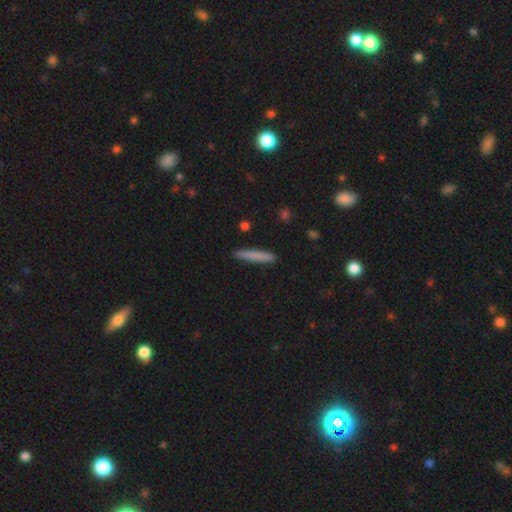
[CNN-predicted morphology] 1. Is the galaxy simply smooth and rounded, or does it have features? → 79% smooth, 15% featured or disk, 6% star or artifact.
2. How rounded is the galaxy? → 95% cigar-shaped, 3% in between, 1% round.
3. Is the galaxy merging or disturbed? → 89% none, 8% minor disturbance, 2% major disturbance, 1% merger.